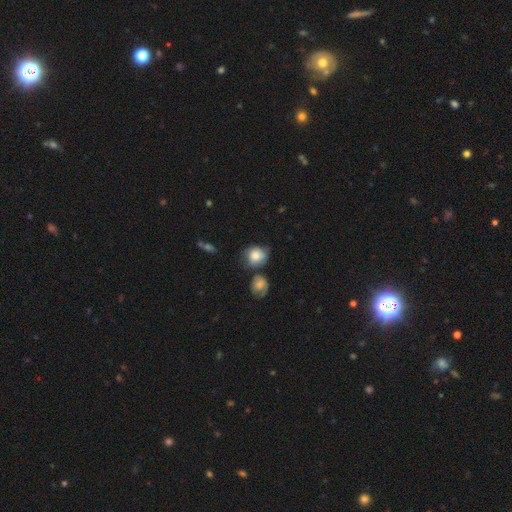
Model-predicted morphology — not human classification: This is likely a smooth galaxy (69%). How rounded: likely round (72%). Merging: possibly none (47%).